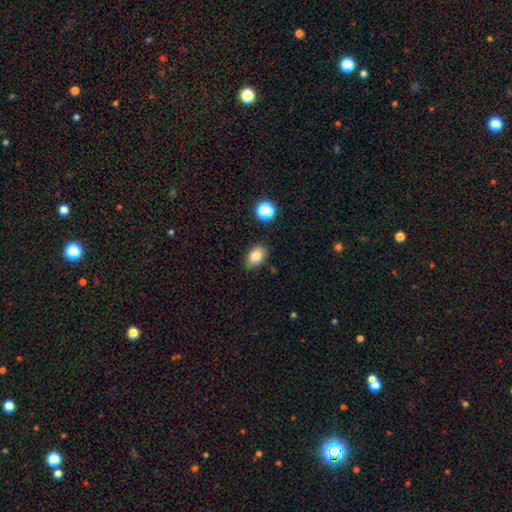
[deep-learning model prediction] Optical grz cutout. It shows a smooth galaxy with no disk features (82%) that is in between round and cigar-shaped (85%). Merging: none (85%).